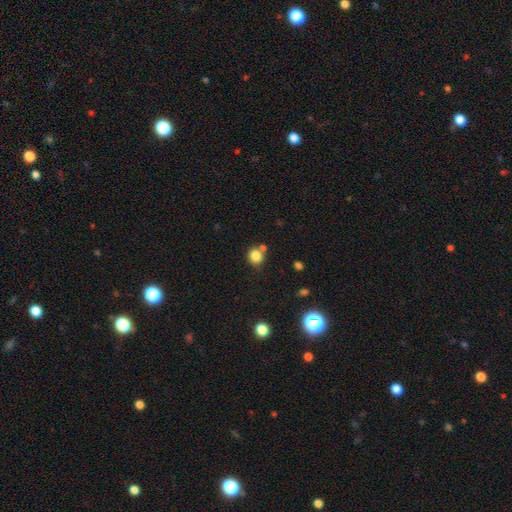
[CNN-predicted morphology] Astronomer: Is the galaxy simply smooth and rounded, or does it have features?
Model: smooth — 83%.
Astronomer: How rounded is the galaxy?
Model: round — 80%.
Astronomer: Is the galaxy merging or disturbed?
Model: none — 64%.